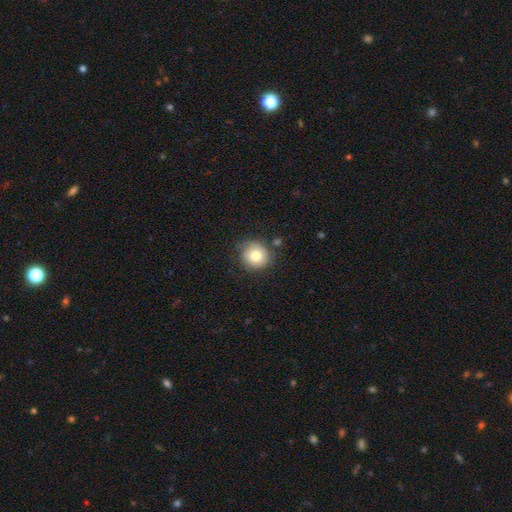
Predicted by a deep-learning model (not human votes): Smooth or featured: smooth — 75% (featured or disk — 16%)
How rounded: round — 89% (in between — 10%)
Merging: none — 72% (minor disturbance — 19%)